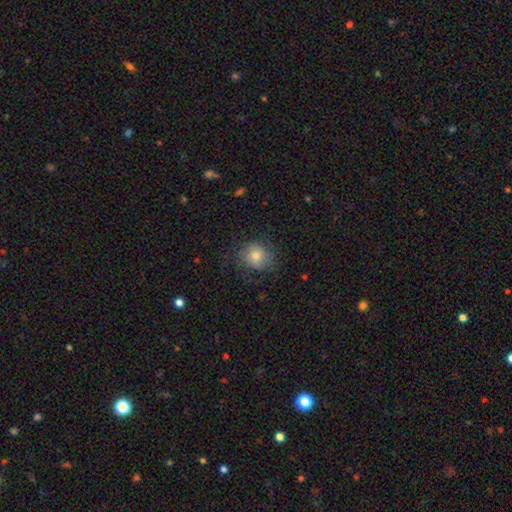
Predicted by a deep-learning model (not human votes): smooth_or_featured: smooth (p=0.75) [alt: featured or disk p=0.14]
how_rounded: round (p=0.73) [alt: in between p=0.26]
merging: none (p=0.73) [alt: minor disturbance p=0.19]